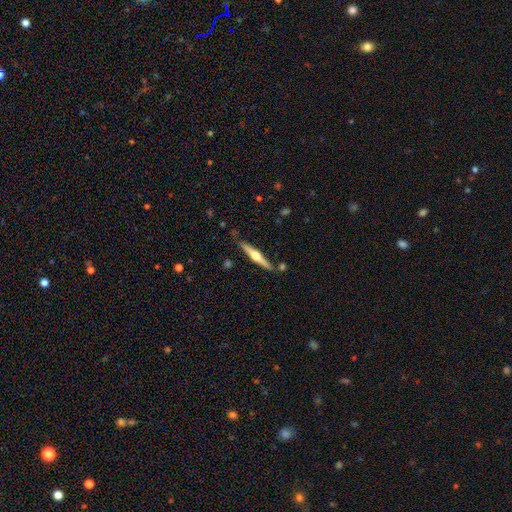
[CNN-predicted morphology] type=featured or disk (72%); edge-on=yes (98%); edge-on bulge=rounded (94%); merging=none (84%).